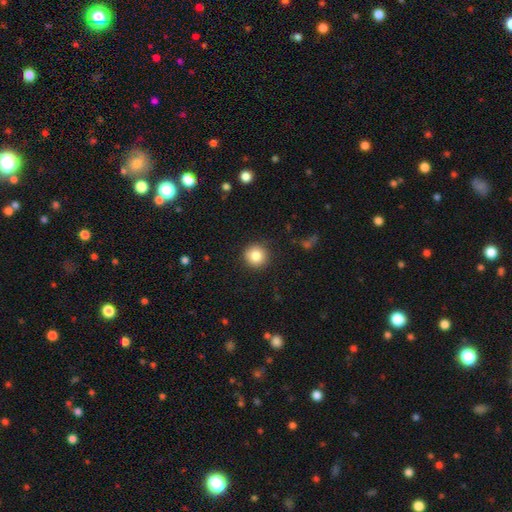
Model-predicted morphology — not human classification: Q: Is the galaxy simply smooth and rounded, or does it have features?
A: smooth — 84%.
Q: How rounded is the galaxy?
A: round — 94%.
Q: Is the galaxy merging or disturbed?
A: none — 89%.